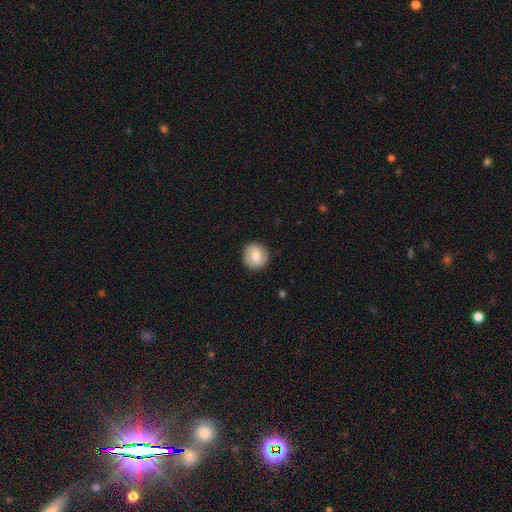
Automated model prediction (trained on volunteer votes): This is likely a smooth galaxy (62%). How rounded: clearly round (91%). Merging: clearly none (88%).